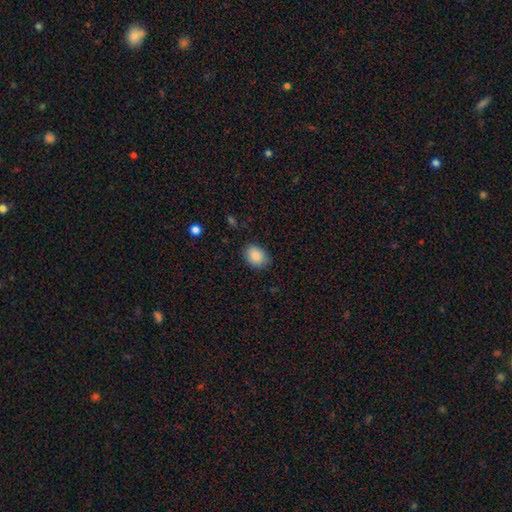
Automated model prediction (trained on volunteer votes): Smooth or featured? Predicted: smooth (p=0.87). How rounded? Predicted: in between (p=0.67). Merging? Predicted: none (p=0.84).